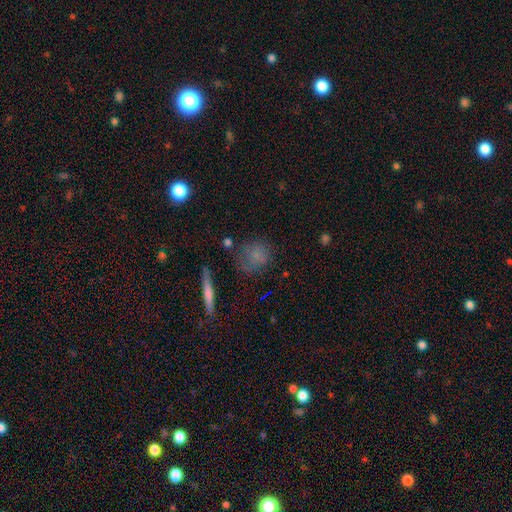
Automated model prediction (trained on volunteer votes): A smooth galaxy with no disk features (68%) that is round (74%). Merging: none (66%).